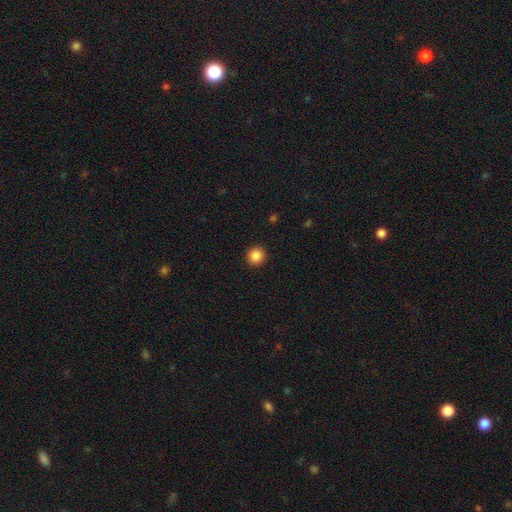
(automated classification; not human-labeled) smooth_or_featured: smooth (p=0.86) [alt: star or artifact p=0.10]
how_rounded: round (p=0.92) [alt: in between p=0.07]
merging: none (p=0.93) [alt: minor disturbance p=0.05]